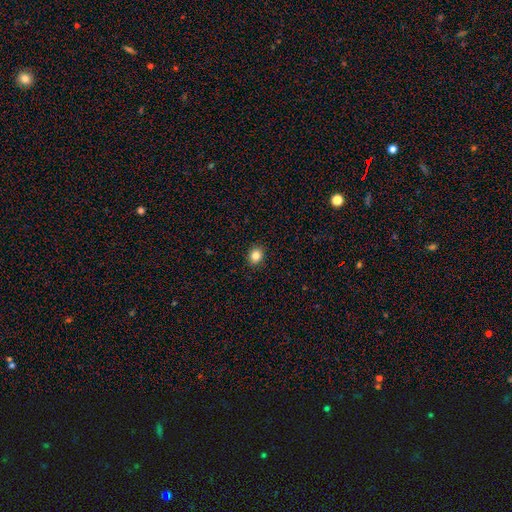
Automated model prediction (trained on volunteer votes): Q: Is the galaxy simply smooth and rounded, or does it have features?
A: smooth — 84%.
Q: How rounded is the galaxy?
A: round — 63%.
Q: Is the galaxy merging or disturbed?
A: none — 91%.